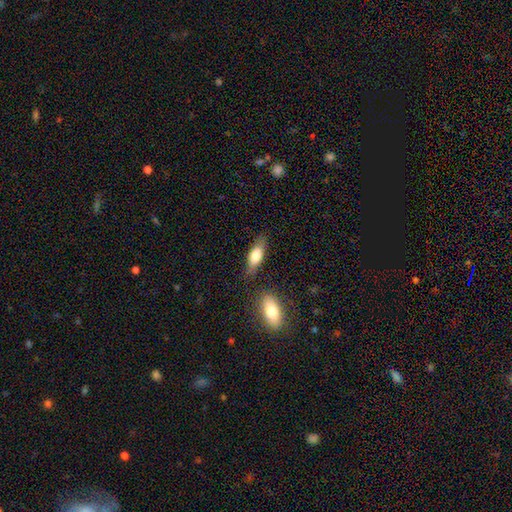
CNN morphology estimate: A smooth galaxy with no disk features (72%) that is in between round and cigar-shaped (66%). Merging: none (75%).